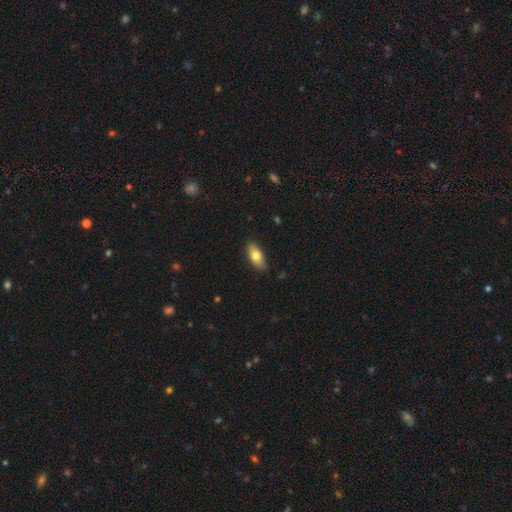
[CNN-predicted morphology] smooth-or-featured: smooth: 72% | featured or disk: 22% | star or artifact: 6%
  how-rounded: in between: 82% | cigar-shaped: 14% | round: 3%
  merging: none: 86% | minor disturbance: 11% | major disturbance: 2% | merger: 1%